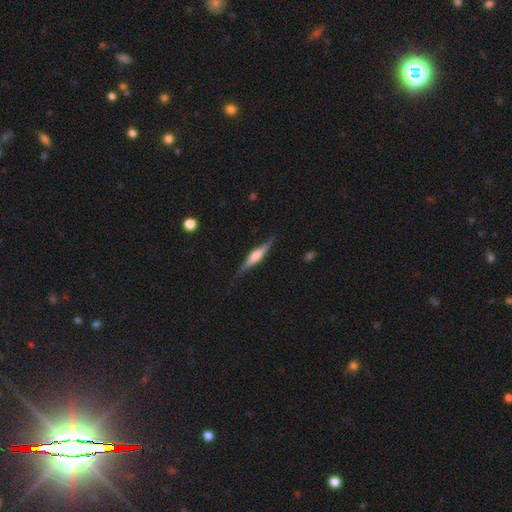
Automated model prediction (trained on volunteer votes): Overall: featured or disk (57%; smooth 38%). Edge-on disk: yes (95%). Edge-on bulge: rounded (75%). Merging: none (80%).